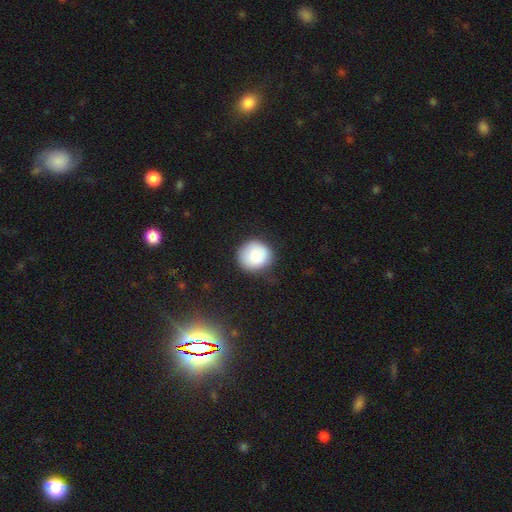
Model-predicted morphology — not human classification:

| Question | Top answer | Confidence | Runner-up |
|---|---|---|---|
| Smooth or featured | smooth | 85% | featured or disk (8%) |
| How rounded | round | 91% | in between (8%) |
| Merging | none | 83% | minor disturbance (12%) |